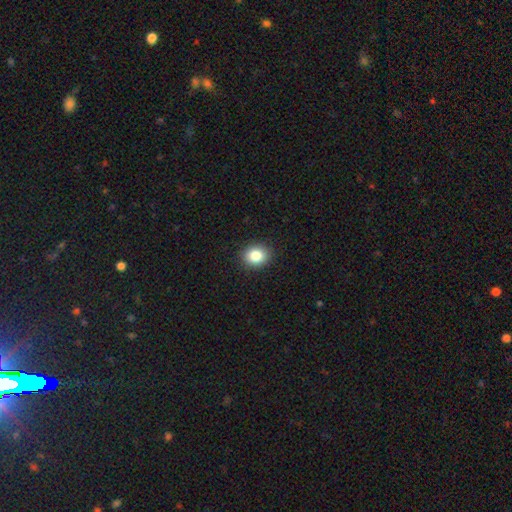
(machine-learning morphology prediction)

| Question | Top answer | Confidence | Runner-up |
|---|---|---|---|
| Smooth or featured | smooth | 84% | star or artifact (10%) |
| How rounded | round | 61% | in between (38%) |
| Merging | none | 91% | minor disturbance (7%) |